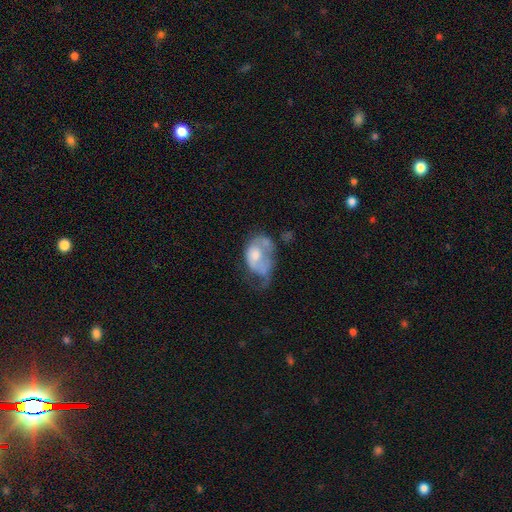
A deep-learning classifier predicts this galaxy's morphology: Q: Smooth or featured?
A: featured or disk (47%); runner-up: smooth (45%)
Q: Merging?
A: major disturbance (46%); runner-up: minor disturbance (21%)